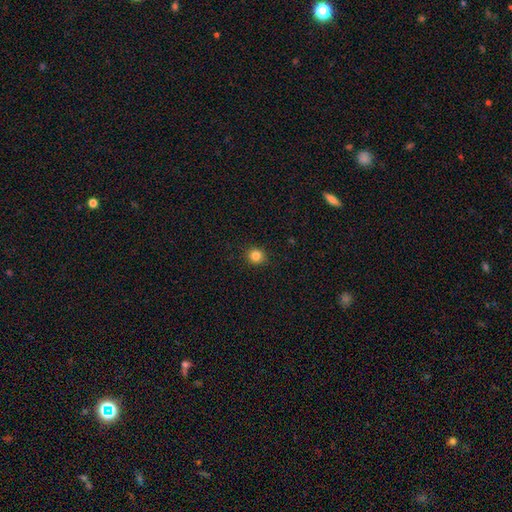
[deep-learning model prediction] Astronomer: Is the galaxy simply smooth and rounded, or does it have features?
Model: smooth — 84%.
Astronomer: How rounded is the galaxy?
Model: round — 89%.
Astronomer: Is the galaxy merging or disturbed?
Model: none — 90%.